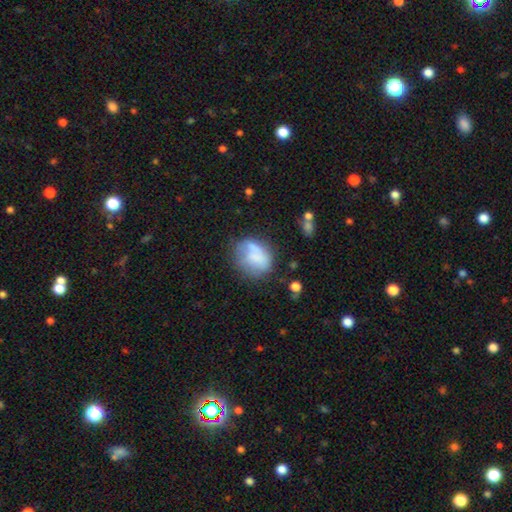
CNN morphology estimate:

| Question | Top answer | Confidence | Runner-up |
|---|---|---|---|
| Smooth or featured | smooth | 62% | featured or disk (29%) |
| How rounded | in between | 51% | round (48%) |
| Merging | none | 41% | minor disturbance (28%) |